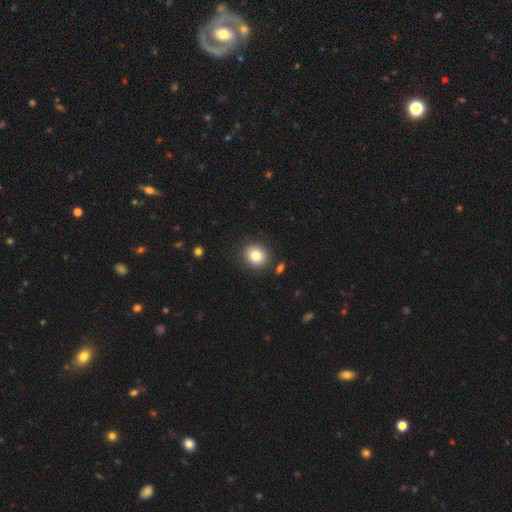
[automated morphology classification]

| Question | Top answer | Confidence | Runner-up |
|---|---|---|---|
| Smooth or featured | smooth | 82% | star or artifact (9%) |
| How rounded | round | 71% | in between (28%) |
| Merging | none | 87% | minor disturbance (8%) |